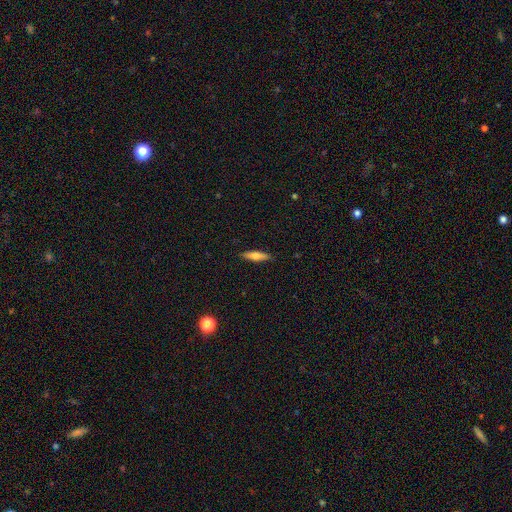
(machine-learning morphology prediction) Smooth or featured: smooth — 57% (featured or disk — 37%)
How rounded: cigar-shaped — 73% (in between — 25%)
Merging: none — 89% (minor disturbance — 8%)